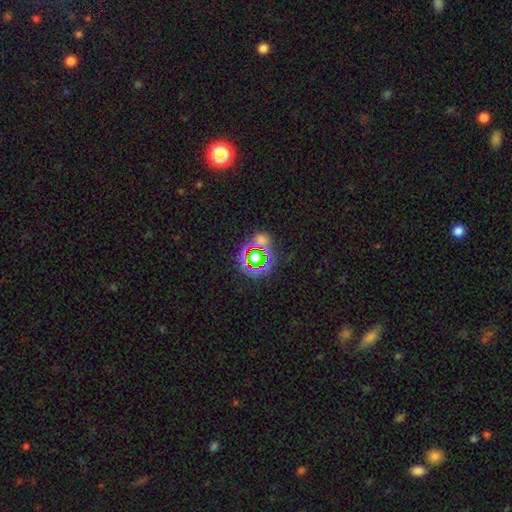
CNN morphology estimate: The model was most divided on "smooth or featured": star or artifact: 64%, smooth: 23%, featured or disk: 13%.